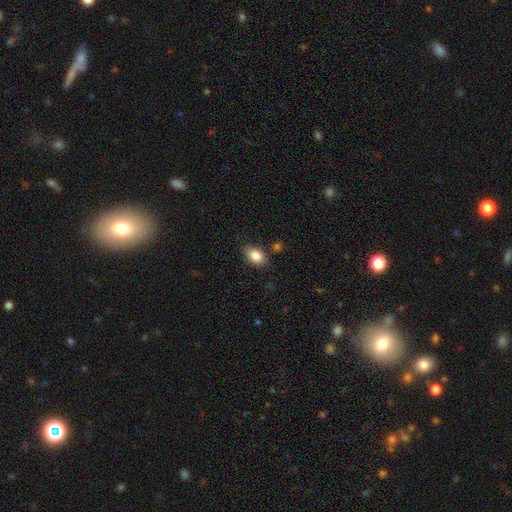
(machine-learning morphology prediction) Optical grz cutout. It shows a smooth galaxy with no disk features (86%) that is in between round and cigar-shaped (85%). Merging: none (78%).